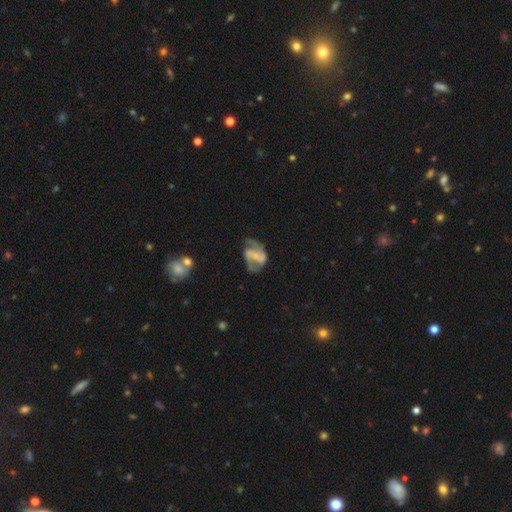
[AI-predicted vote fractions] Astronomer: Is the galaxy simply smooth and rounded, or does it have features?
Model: featured or disk — 74%.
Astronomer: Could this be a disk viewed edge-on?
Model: no — 97%.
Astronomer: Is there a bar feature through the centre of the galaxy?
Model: weak — 40% (runner-up: strong, 33%).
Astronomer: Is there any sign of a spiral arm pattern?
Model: yes — 85%.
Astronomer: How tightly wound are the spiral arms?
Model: medium — 46% (runner-up: loose, 37%).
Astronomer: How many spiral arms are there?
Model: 2 — 81%.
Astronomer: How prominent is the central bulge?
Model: small — 45% (runner-up: none, 30%).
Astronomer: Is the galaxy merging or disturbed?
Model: none — 50%.